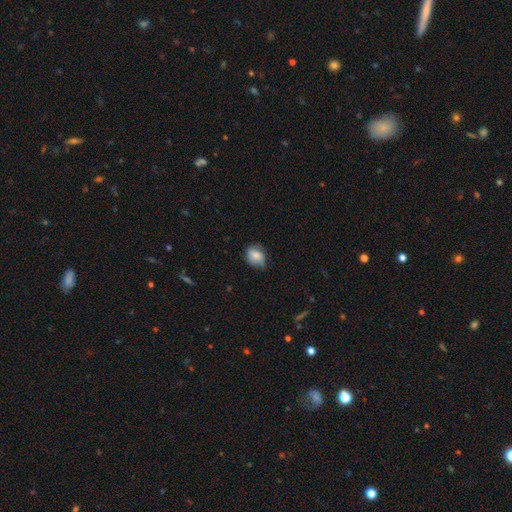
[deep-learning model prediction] smooth-or-featured: smooth: 78% | featured or disk: 14% | star or artifact: 8%
  how-rounded: in between: 53% | round: 45% | cigar-shaped: 1%
  merging: none: 59% | minor disturbance: 33% | major disturbance: 7% | merger: 1%